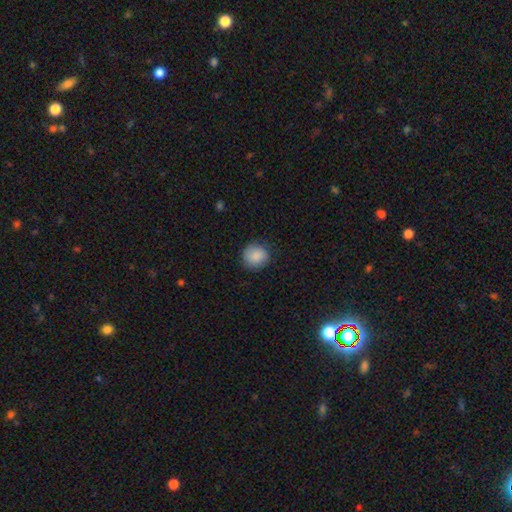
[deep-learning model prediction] A smooth galaxy with no disk features (87%) that is round (89%).

Vote fractions:
- Smooth or featured? smooth: 87% / star or artifact: 7% / featured or disk: 5%
- How rounded? round: 89% / in between: 10% / cigar-shaped: 1%
- Merging? none: 84% / minor disturbance: 12% / major disturbance: 3% / merger: 1%